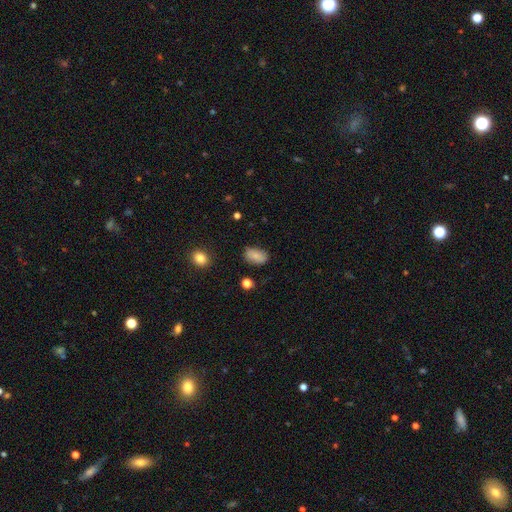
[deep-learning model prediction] Overall: smooth (81%). How rounded: in between (88%). Merging: none (76%).